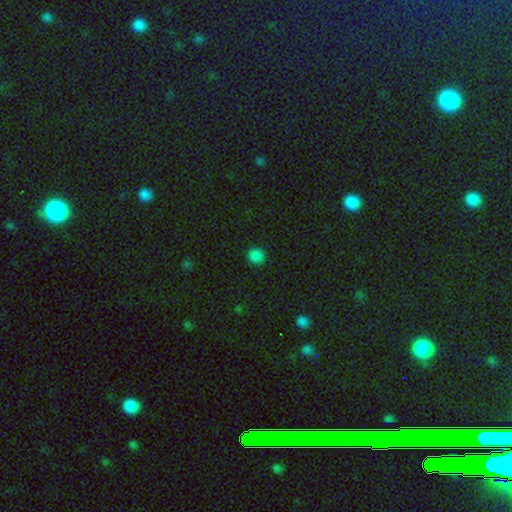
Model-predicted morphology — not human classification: smooth_or_featured: smooth (p=0.84) [alt: star or artifact p=0.13]
how_rounded: round (p=0.92) [alt: in between p=0.07]
merging: none (p=0.91) [alt: minor disturbance p=0.06]